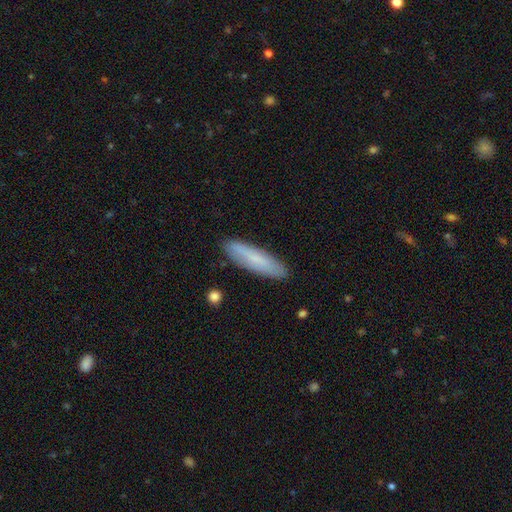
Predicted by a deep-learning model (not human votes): Q: Smooth or featured?
A: smooth (68%); runner-up: featured or disk (23%)
Q: How rounded?
A: cigar-shaped (78%); runner-up: in between (20%)
Q: Merging?
A: none (87%); runner-up: minor disturbance (10%)